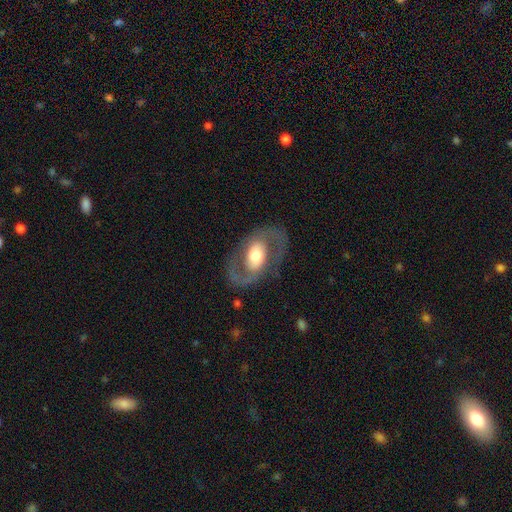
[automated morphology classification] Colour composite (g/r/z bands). It shows a featured or disk galaxy (75%) with no bar (49%), 2 (89%) medium (53%) spiral arms (75%) and a moderate central bulge (50%). Merging: none (79%).